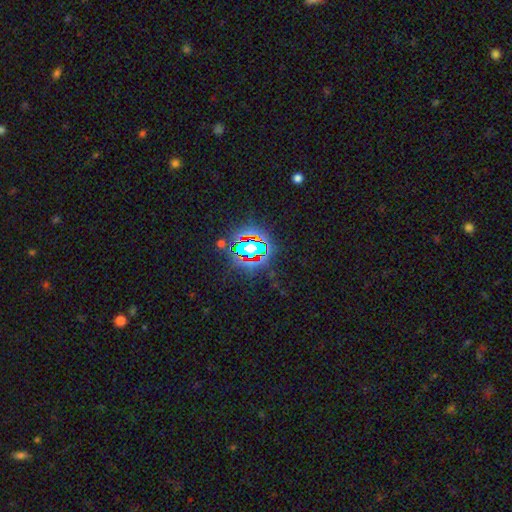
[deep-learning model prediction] Smooth or featured? Predicted: star or artifact (p=0.81).